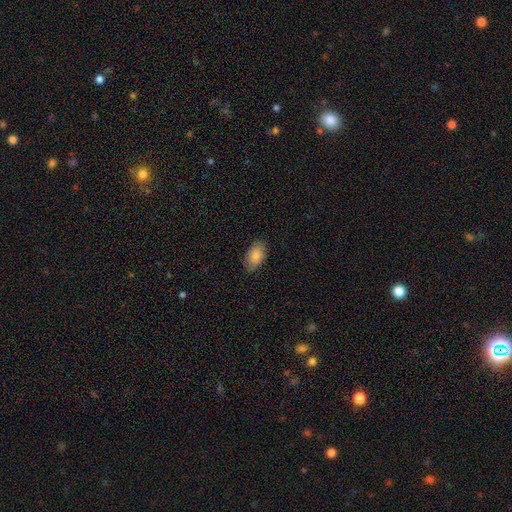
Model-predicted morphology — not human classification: A smooth galaxy with no disk features (86%) that is in between round and cigar-shaped (93%). Merging: none (86%).